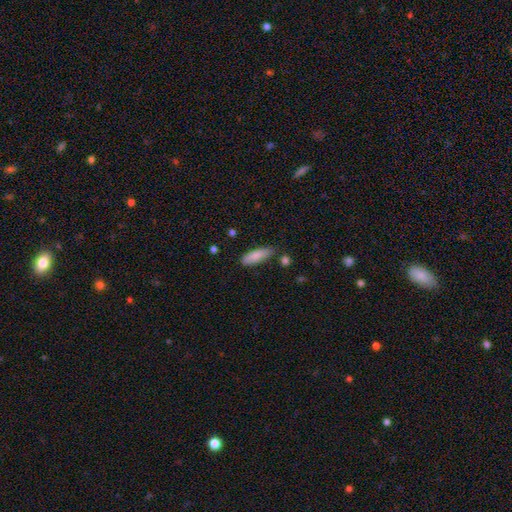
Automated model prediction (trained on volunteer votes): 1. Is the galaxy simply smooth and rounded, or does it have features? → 82% smooth, 12% featured or disk, 6% star or artifact.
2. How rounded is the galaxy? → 51% in between, 47% cigar-shaped, 2% round.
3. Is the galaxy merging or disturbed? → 77% none, 16% minor disturbance, 4% merger, 3% major disturbance.